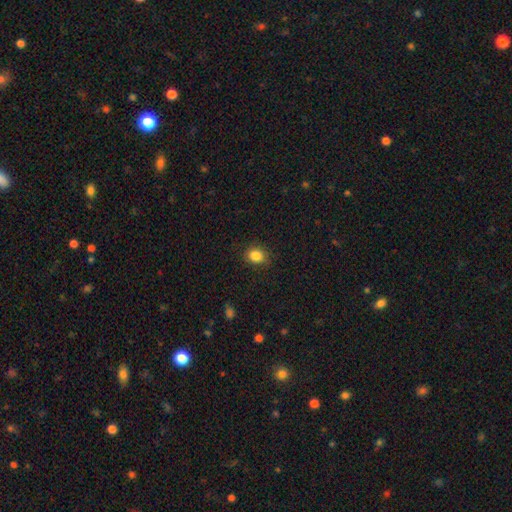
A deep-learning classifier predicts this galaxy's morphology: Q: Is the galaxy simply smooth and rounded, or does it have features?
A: smooth — 86%.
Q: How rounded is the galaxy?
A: round — 53%.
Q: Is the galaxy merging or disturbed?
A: none — 83%.